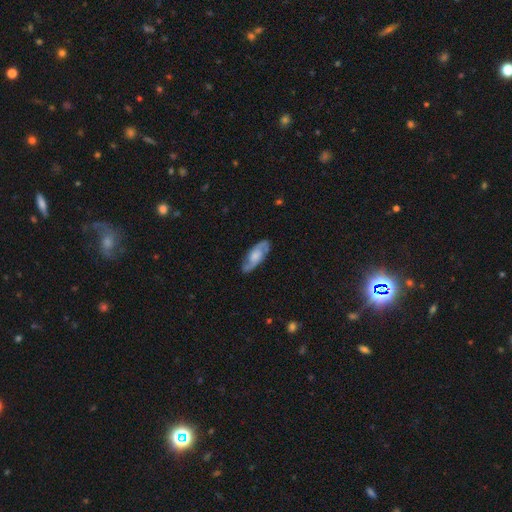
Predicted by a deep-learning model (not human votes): A featured or disk galaxy (75%) with no bar (63%), 2 (87%) medium (49%) spiral arms (93%) and a moderate central bulge (36%).

Vote fractions:
- Smooth or featured? featured or disk: 75% / smooth: 19% / star or artifact: 5%
- Edge-on disk? no: 91% / yes: 9%
- Bar? no: 63% / weak: 31% / strong: 6%
- Spiral arms? yes: 93% / no: 7%
- Spiral winding? medium: 49% / tight: 31% / loose: 20%
- Spiral arm count? 2: 87% / can't tell: 7% / 1: 2% / 3: 2% / 4: 1% / more than 4: 1%
- Bulge size? moderate: 36% / small: 30% / none: 17% / large: 15% / dominant: 2%
- Merging? none: 82% / minor disturbance: 13% / major disturbance: 4% / merger: 1%